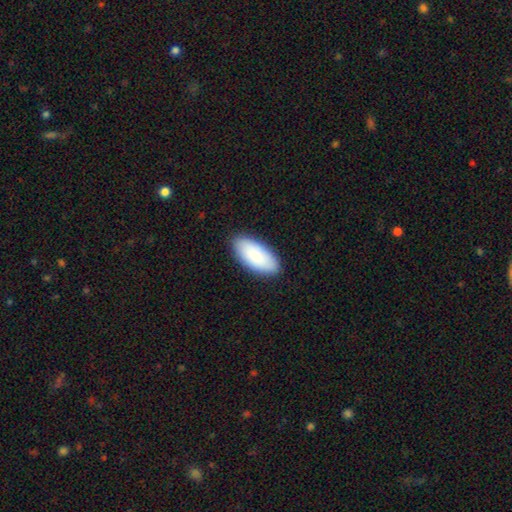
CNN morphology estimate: This is clearly a smooth galaxy (87%). How rounded: clearly in between (91%). Merging: clearly none (88%).